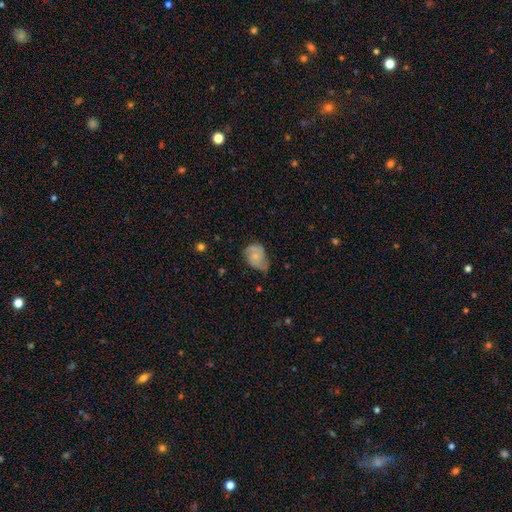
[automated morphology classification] Q: Smooth or featured?
A: featured or disk (49%); runner-up: smooth (43%)
Q: Merging?
A: minor disturbance (41%); runner-up: none (39%)